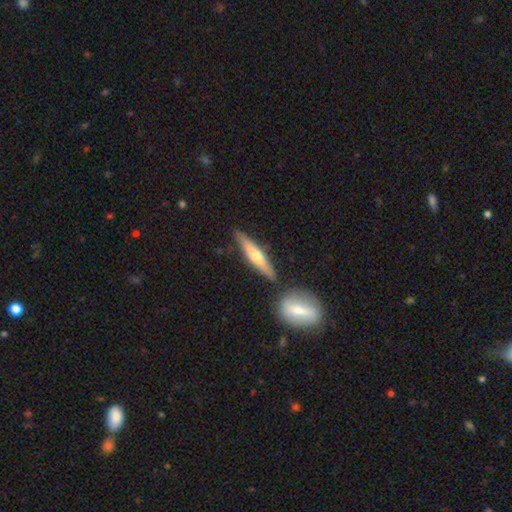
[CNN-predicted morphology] Smooth or featured?
  - featured or disk: 55% *
  - smooth: 40%
  - star or artifact: 5%
Edge-on disk?
  - yes: 93% *
  - no: 7%
Edge-on bulge?
  - rounded: 87% *
  - none: 8%
  - boxy: 5%
Merging?
  - none: 78% *
  - minor disturbance: 11%
  - merger: 8%
  - major disturbance: 2%